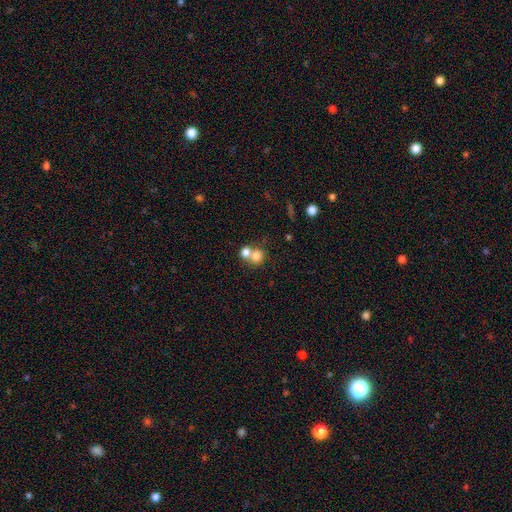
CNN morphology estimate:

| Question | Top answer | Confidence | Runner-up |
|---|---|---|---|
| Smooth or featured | smooth | 77% | featured or disk (12%) |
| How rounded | round | 82% | in between (17%) |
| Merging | merger | 54% | none (37%) |